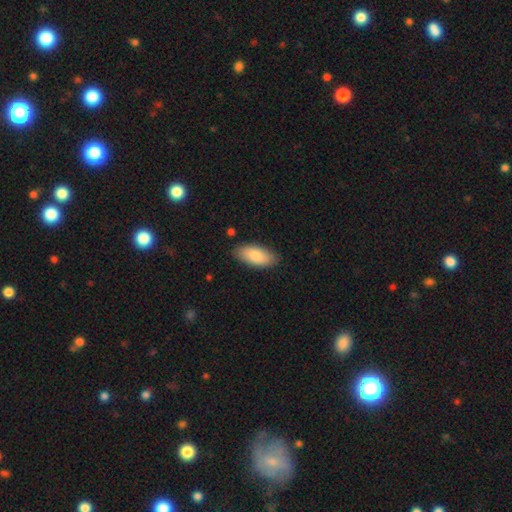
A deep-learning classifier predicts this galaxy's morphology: type=smooth (83%); roundness=in between (90%); merging=none (85%).